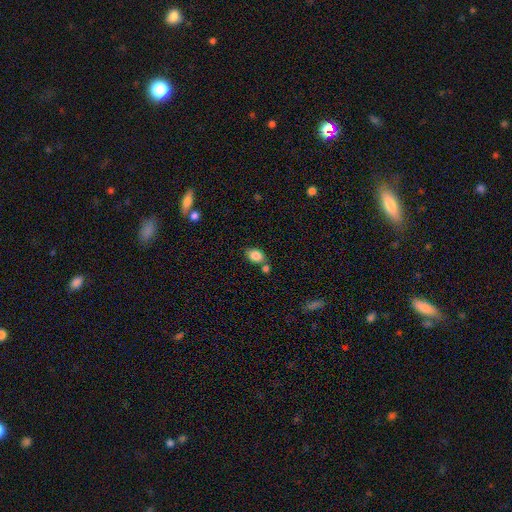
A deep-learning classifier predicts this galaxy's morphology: A smooth galaxy with no disk features (85%) that is in between round and cigar-shaped (80%). Merging: none (64%).